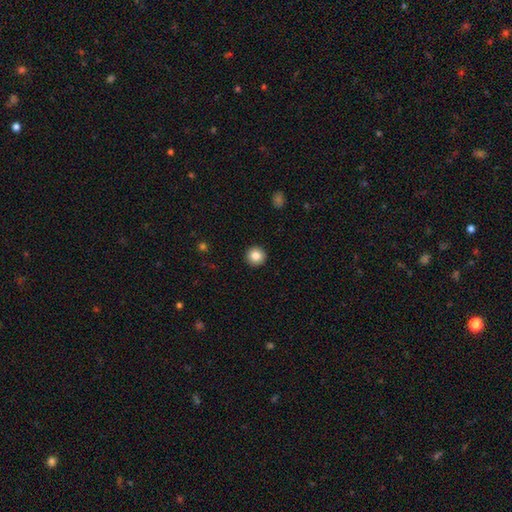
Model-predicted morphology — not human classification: smooth 84%, star or artifact 10%, featured or disk 6%. Down the decision tree: how rounded — round (96%); merging — none (93%).